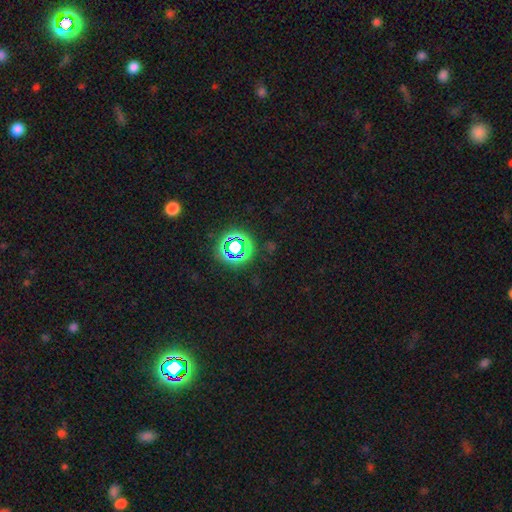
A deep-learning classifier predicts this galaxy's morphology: A star or artifact, not a galaxy (72%).

Vote fractions:
- Smooth or featured? star or artifact: 72% / smooth: 22% / featured or disk: 6%